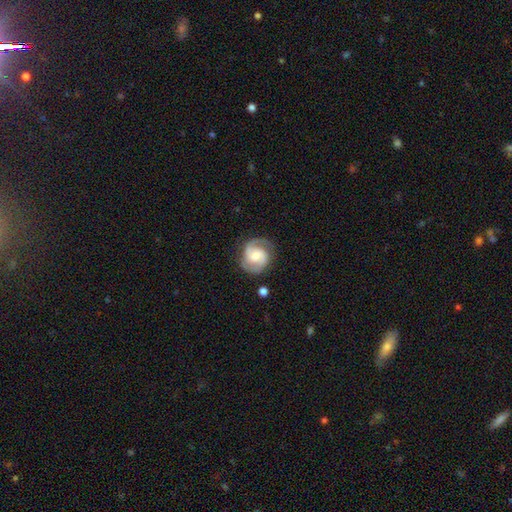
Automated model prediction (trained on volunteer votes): featured or disk 81%, smooth 14%, star or artifact 6%. Down the decision tree: edge-on disk — no (98%); bar — no (45%); spiral arms — yes (96%); spiral arm count — 2 (86%); spiral winding — medium (48%); bulge size — moderate (49%); merging — none (77%).